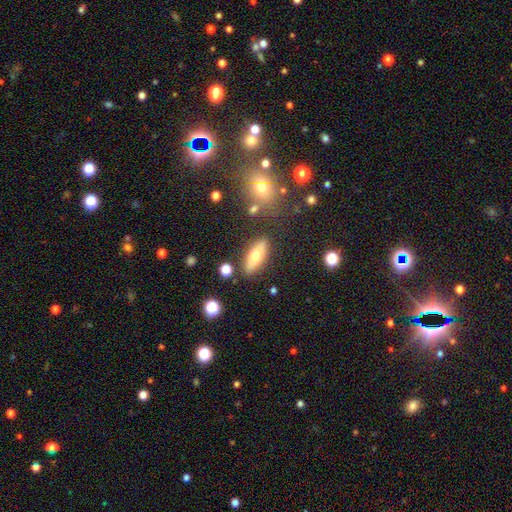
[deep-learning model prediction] smooth-or-featured: smooth: 62% | featured or disk: 30% | star or artifact: 8%
  how-rounded: in between: 69% | cigar-shaped: 27% | round: 4%
  merging: none: 83% | minor disturbance: 10% | merger: 4% | major disturbance: 3%